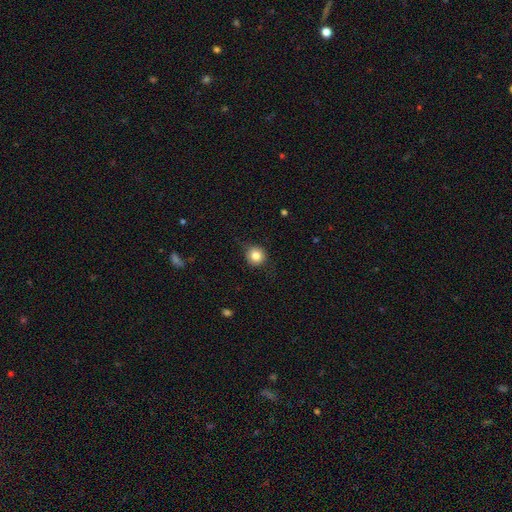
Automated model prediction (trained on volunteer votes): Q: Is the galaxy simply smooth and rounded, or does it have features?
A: smooth — 83%.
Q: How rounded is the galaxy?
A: round — 92%.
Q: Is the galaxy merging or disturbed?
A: none — 82%.